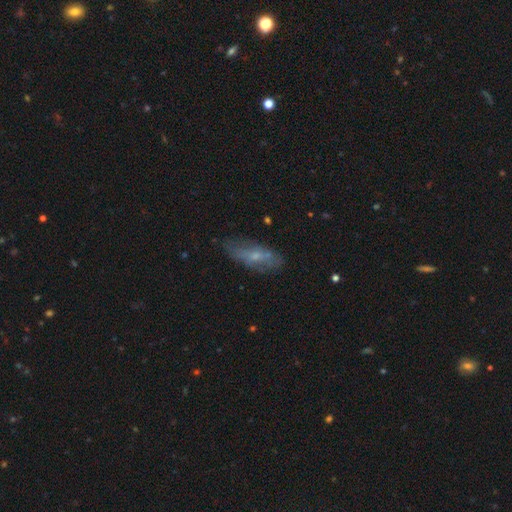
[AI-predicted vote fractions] A smooth galaxy with no disk features (49%).

Vote fractions:
- Smooth or featured? smooth: 49% / featured or disk: 43% / star or artifact: 8%
- Merging? none: 68% / minor disturbance: 22% / major disturbance: 7% / merger: 2%